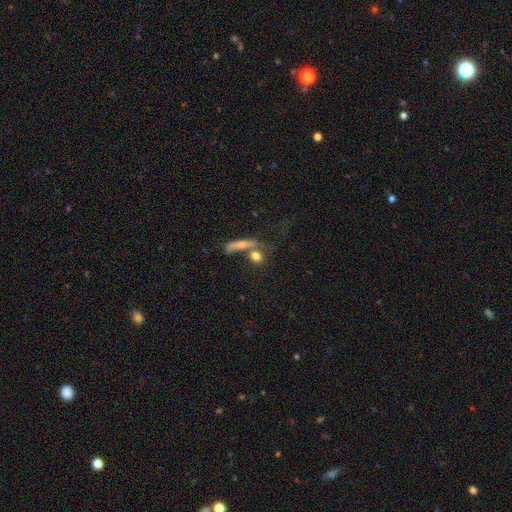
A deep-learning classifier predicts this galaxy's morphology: A smooth galaxy with no disk features (72%) that is round (56%).

Vote fractions:
- Smooth or featured? smooth: 72% / featured or disk: 17% / star or artifact: 12%
- How rounded? round: 56% / in between: 27% / cigar-shaped: 17%
- Merging? none: 49% / merger: 32% / minor disturbance: 11% / major disturbance: 8%